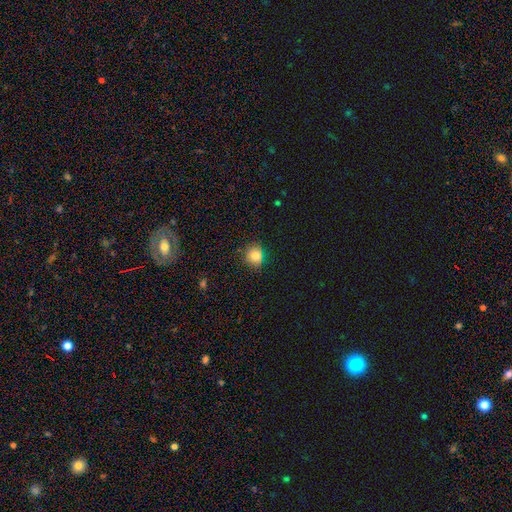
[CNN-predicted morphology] A smooth galaxy with no disk features (79%) that is round (85%).

Vote fractions:
- Smooth or featured? smooth: 79% / star or artifact: 14% / featured or disk: 7%
- How rounded? round: 85% / in between: 14% / cigar-shaped: 1%
- Merging? none: 82% / minor disturbance: 14% / major disturbance: 3% / merger: 1%